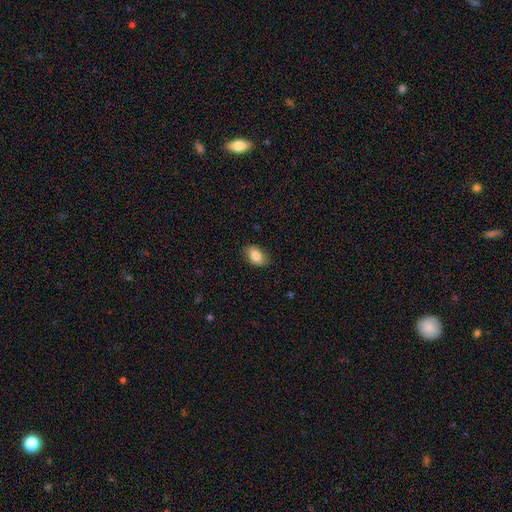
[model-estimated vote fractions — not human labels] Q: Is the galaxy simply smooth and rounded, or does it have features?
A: smooth — 84%.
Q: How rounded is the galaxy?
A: in between — 89%.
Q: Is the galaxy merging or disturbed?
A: none — 84%.